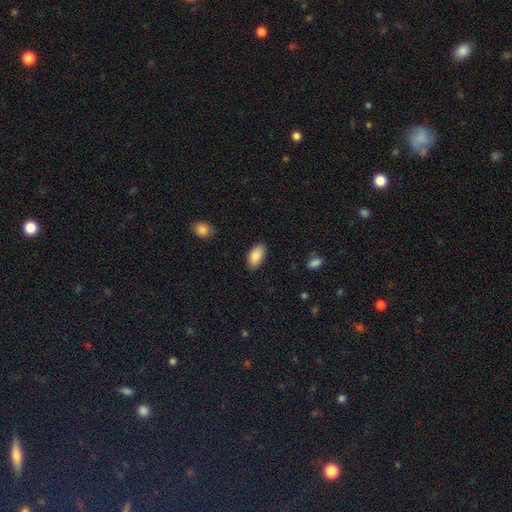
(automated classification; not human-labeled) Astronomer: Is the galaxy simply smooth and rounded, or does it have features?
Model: smooth — 88%.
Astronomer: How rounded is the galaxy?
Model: in between — 94%.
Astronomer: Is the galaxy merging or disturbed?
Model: none — 86%.